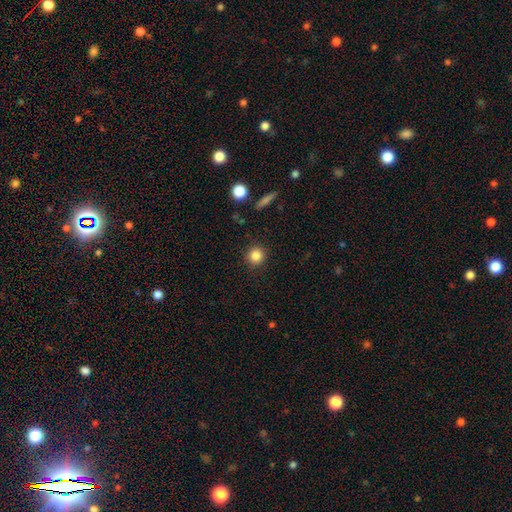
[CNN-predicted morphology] smooth 84%, star or artifact 11%, featured or disk 5%. Down the decision tree: how rounded — round (92%); merging — none (90%).